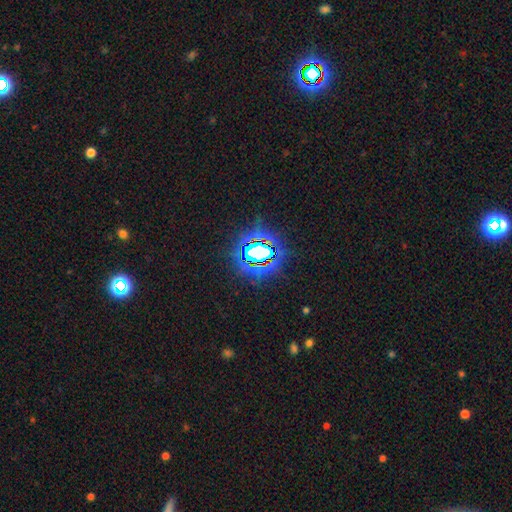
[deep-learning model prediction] This is likely a star or artifact rather than a galaxy (79%).